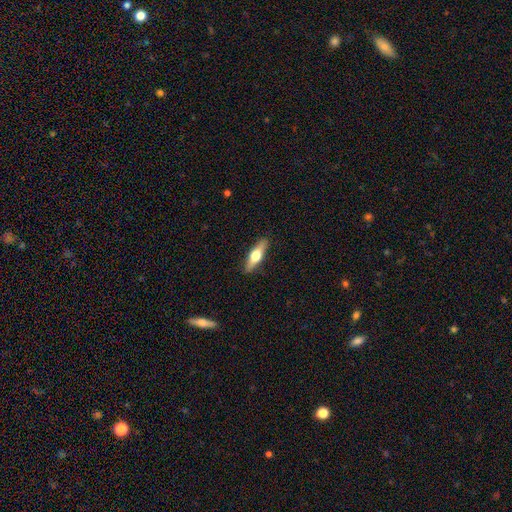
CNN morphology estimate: Smooth or featured: featured or disk — 50% (smooth — 44%)
Merging: none — 89% (minor disturbance — 8%)